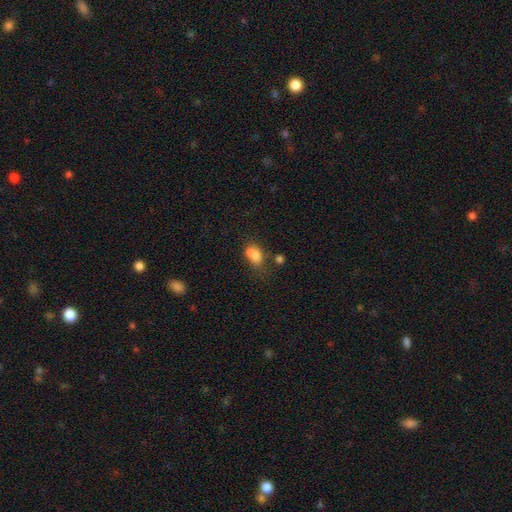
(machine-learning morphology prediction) Smooth or featured?
  - smooth: 74% *
  - featured or disk: 15%
  - star or artifact: 11%
How rounded?
  - in between: 70% *
  - round: 28%
  - cigar-shaped: 3%
Merging?
  - merger: 49% *
  - none: 28%
  - minor disturbance: 15%
  - major disturbance: 9%